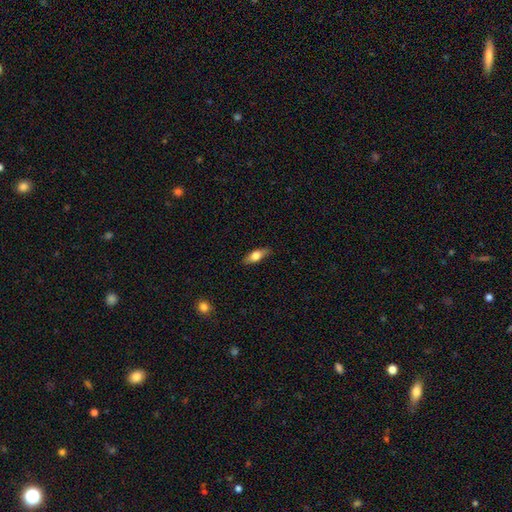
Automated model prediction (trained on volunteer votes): Smooth or featured? smooth (64%)
How rounded? in between (67%)
Merging? none (85%)